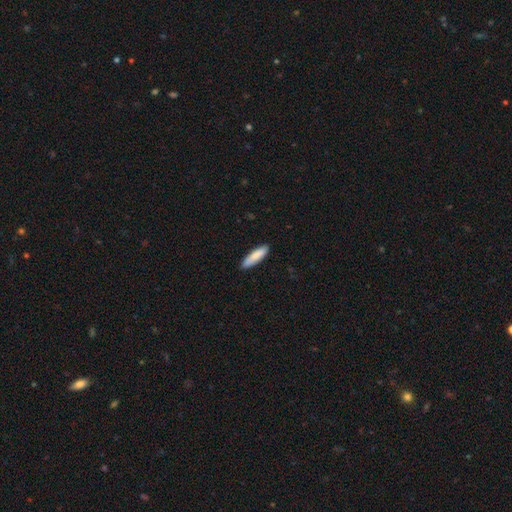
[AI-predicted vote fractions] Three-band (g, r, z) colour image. It shows a smooth galaxy with no disk features (85%) that is cigar-shaped (73%). Merging: none (89%).